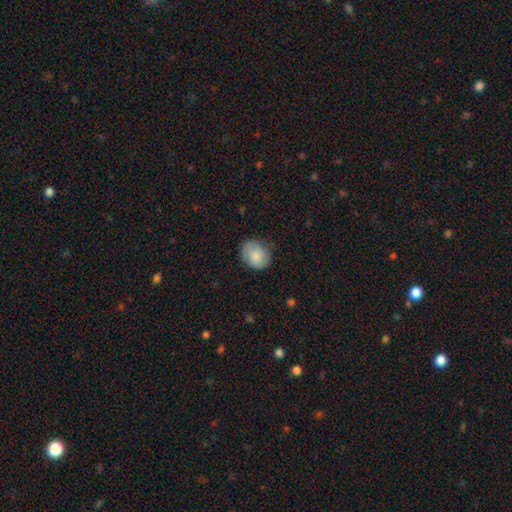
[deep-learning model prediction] Overall: smooth (73%). How rounded: round (54%; in between 45%). Merging: none (73%).